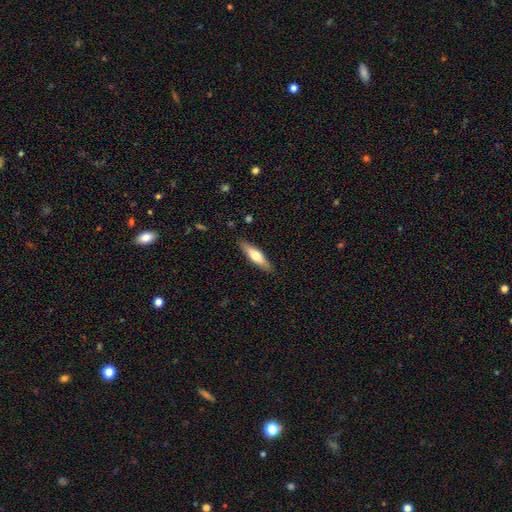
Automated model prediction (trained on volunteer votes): smooth 54%, featured or disk 40%, star or artifact 6%. Down the decision tree: how rounded — cigar-shaped (62%); merging — none (88%).